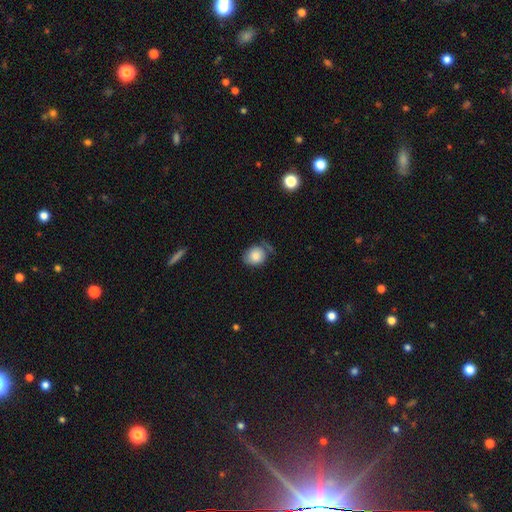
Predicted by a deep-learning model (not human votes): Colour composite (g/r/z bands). It shows a smooth galaxy with no disk features (80%) that is round (65%). Merging: none (52%).